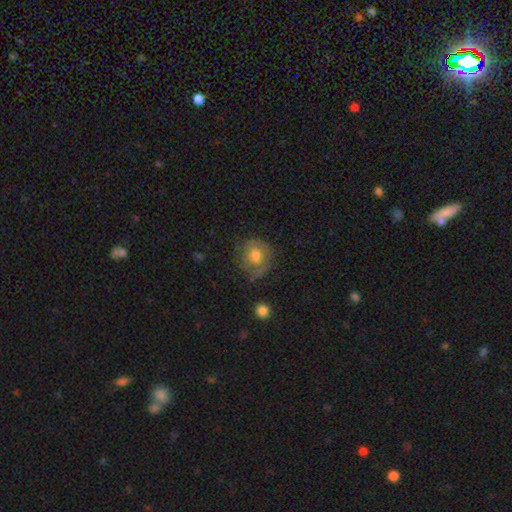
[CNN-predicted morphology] This is possibly a smooth galaxy (57%). How rounded: clearly round (80%). Merging: likely none (63%).